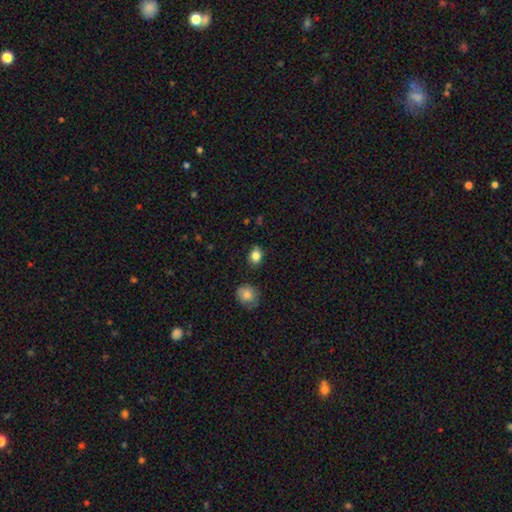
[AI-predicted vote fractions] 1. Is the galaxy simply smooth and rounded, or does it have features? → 85% smooth, 10% star or artifact, 5% featured or disk.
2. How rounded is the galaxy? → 53% round, 46% in between, 1% cigar-shaped.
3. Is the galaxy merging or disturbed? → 83% none, 12% minor disturbance, 3% major disturbance, 2% merger.